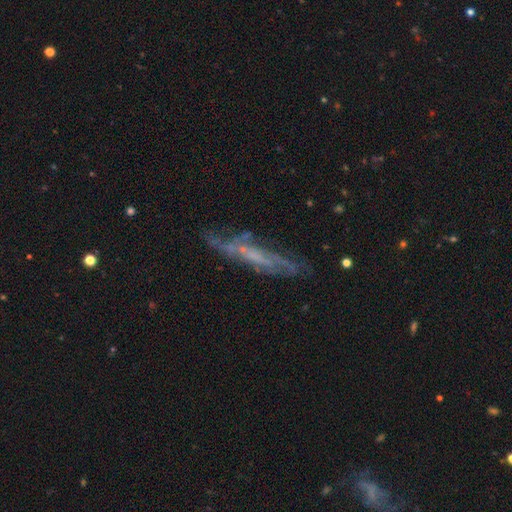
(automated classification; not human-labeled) This appears to be a featured or disk galaxy (70%). Merging: none (59%).